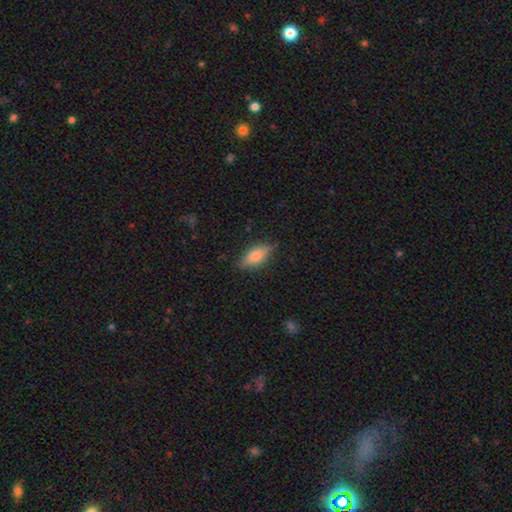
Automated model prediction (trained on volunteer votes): Smooth or featured? smooth (67%)
How rounded? in between (75%)
Merging? none (77%)